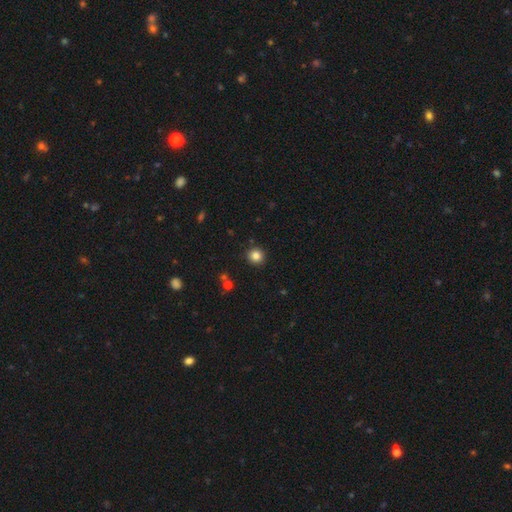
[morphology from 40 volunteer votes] This is clearly a smooth galaxy (90%). How rounded: clearly round (100%). Merging: clearly none (90%).